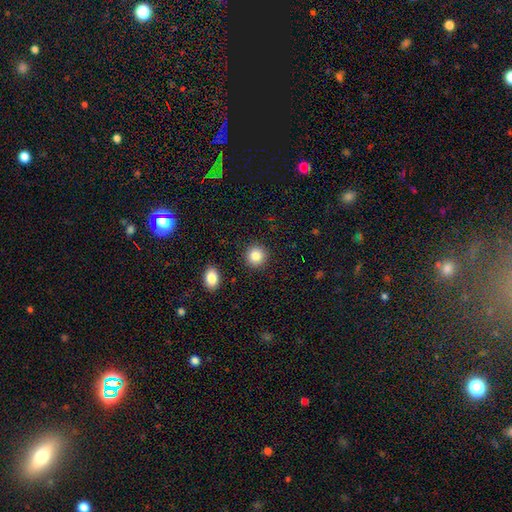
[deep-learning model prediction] Smooth or featured: smooth — 86% (star or artifact — 9%)
How rounded: round — 90% (in between — 9%)
Merging: none — 90% (minor disturbance — 6%)